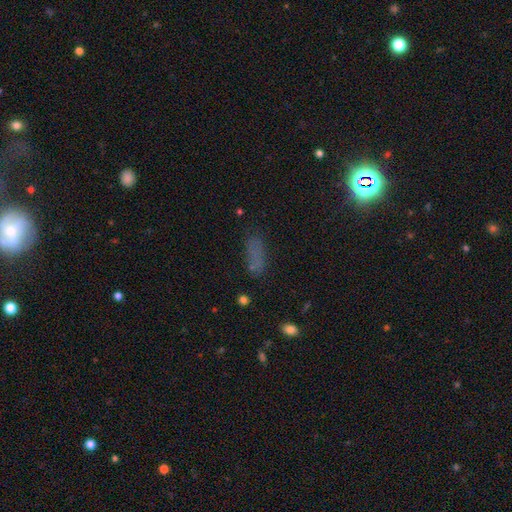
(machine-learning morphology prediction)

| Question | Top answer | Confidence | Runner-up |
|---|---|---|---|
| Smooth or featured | smooth | 59% | star or artifact (28%) |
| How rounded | in between | 61% | cigar-shaped (33%) |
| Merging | none | 68% | minor disturbance (18%) |